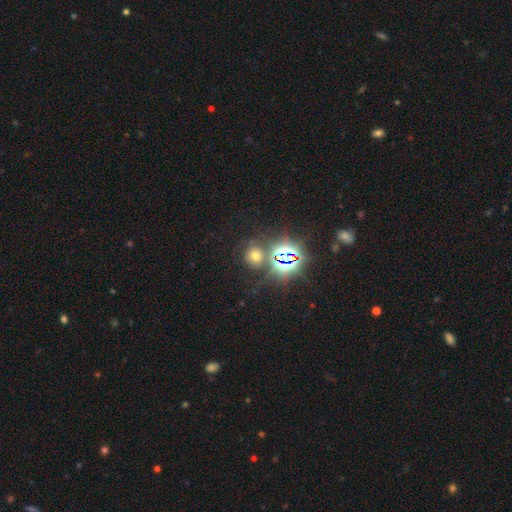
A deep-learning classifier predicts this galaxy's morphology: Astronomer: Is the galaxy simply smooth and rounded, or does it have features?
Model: smooth — 47% (runner-up: star or artifact, 43%).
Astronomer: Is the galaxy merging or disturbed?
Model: none — 73%.